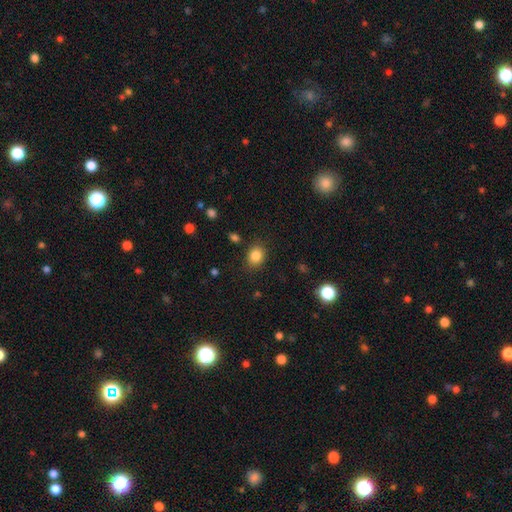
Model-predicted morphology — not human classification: Overall: smooth (84%). How rounded: in between (50%; round 49%). Merging: none (84%).